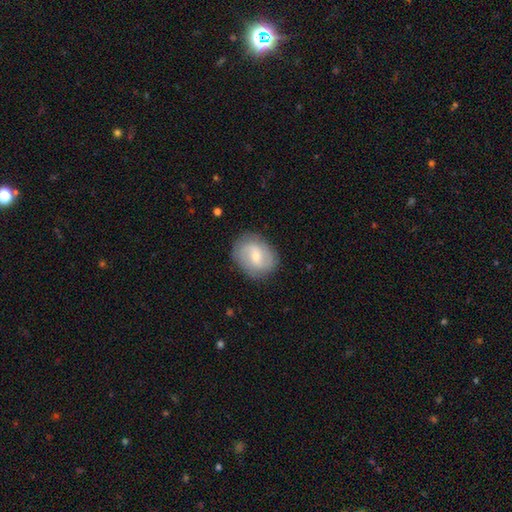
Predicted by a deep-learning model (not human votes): Smooth or featured? featured or disk (60%)
Edge-on disk? no (97%)
Bar? weak (55%)
Spiral arms? yes (85%)
Bulge size? small (58%)
Merging? none (82%)